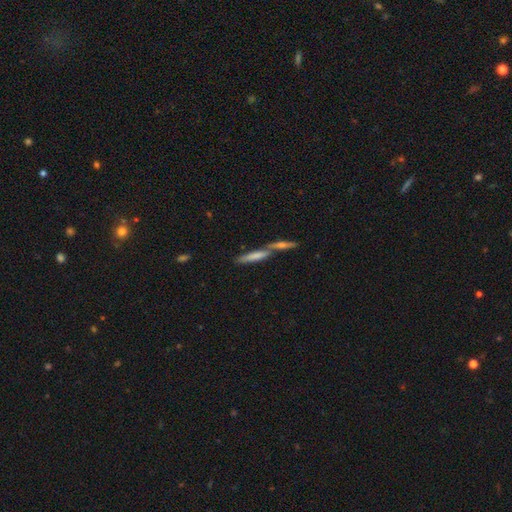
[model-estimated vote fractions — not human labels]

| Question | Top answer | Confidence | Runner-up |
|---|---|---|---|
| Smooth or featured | smooth | 64% | featured or disk (28%) |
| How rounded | cigar-shaped | 85% | in between (13%) |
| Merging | merger | 46% | none (43%) |